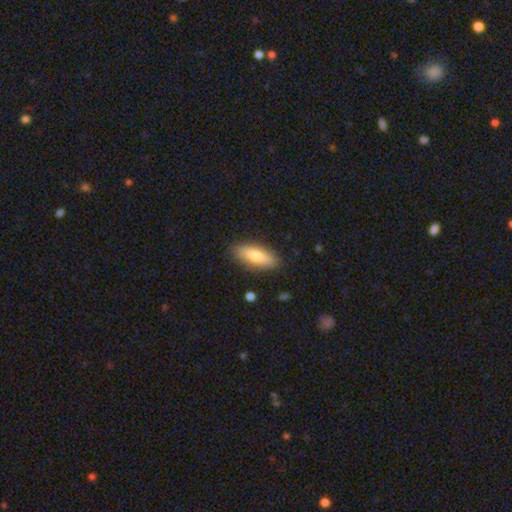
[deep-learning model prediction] smooth 69%, featured or disk 24%, star or artifact 6%. Down the decision tree: how rounded — in between (59%); merging — none (87%).